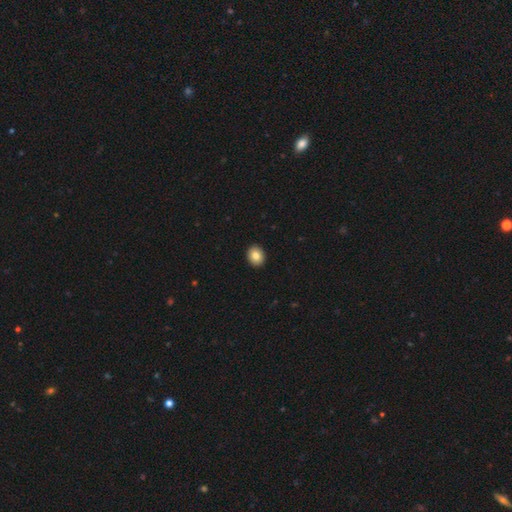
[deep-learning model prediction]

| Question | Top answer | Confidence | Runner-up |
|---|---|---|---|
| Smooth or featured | smooth | 82% | featured or disk (9%) |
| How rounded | round | 60% | in between (39%) |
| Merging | none | 93% | minor disturbance (5%) |